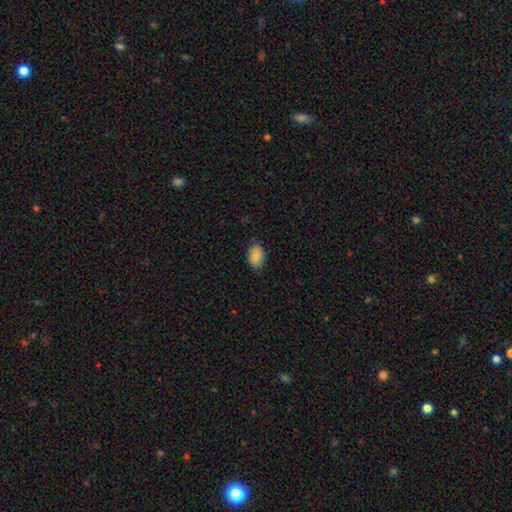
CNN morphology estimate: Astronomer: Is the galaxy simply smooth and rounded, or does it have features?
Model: smooth — 89%.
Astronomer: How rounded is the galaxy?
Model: in between — 89%.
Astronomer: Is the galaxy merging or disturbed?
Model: none — 83%.